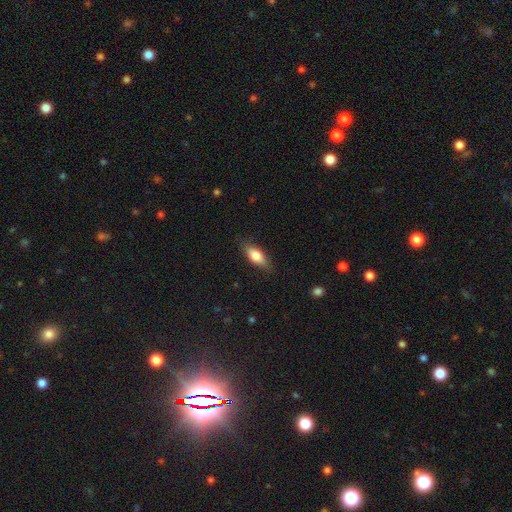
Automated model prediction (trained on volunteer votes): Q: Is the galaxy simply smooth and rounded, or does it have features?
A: smooth — 76%.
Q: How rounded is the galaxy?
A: in between — 78%.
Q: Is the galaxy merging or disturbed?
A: none — 81%.